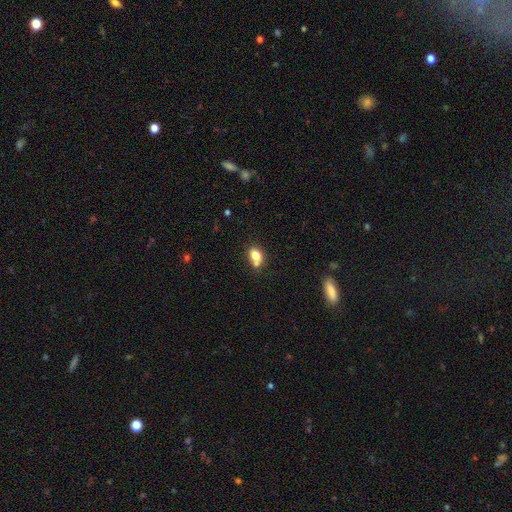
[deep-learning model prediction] A smooth galaxy with no disk features (76%) that is in between round and cigar-shaped (67%).

Vote fractions:
- Smooth or featured? smooth: 76% / featured or disk: 13% / star or artifact: 10%
- How rounded? in between: 67% / round: 31% / cigar-shaped: 2%
- Merging? none: 44% / merger: 31% / minor disturbance: 19% / major disturbance: 7%